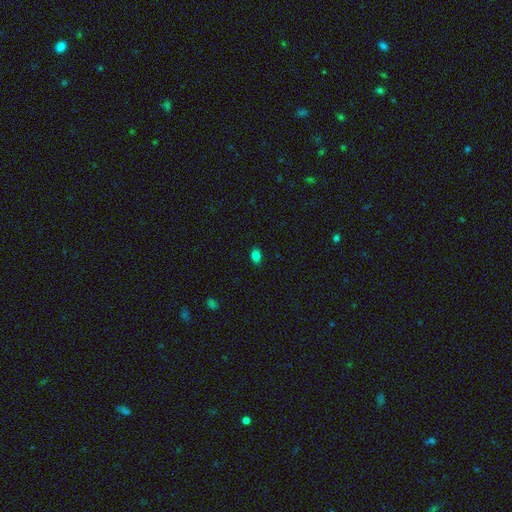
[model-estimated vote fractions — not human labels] smooth-or-featured: smooth: 82% | star or artifact: 12% | featured or disk: 6%
  how-rounded: in between: 82% | round: 17% | cigar-shaped: 2%
  merging: none: 88% | minor disturbance: 9% | major disturbance: 2% | merger: 1%